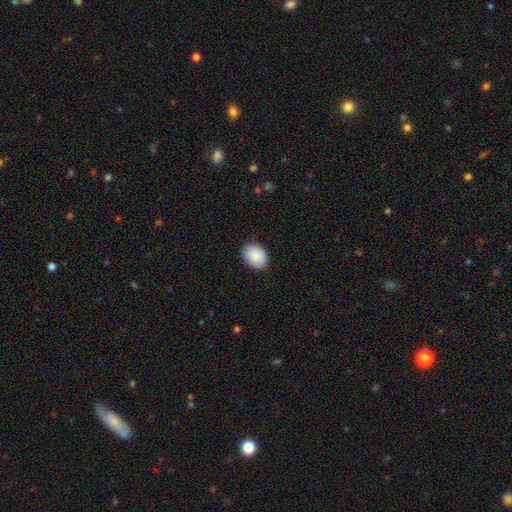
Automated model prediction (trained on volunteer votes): The model was most divided on "how rounded": in between: 68%, round: 31%, cigar-shaped: 1%. More confident: smooth or featured — smooth (87%); merging — none (86%).